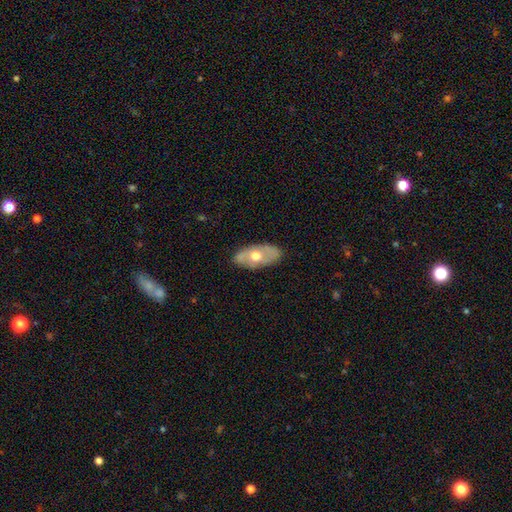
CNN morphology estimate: This is possibly a featured or disk galaxy (53%). It is likely not viewed edge-on (80%). Merging: clearly none (82%).